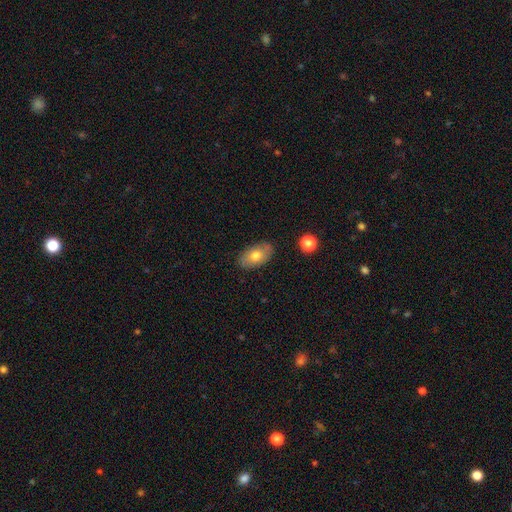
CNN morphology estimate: A smooth galaxy with no disk features (71%) that is in between round and cigar-shaped (92%). Merging: none (81%).